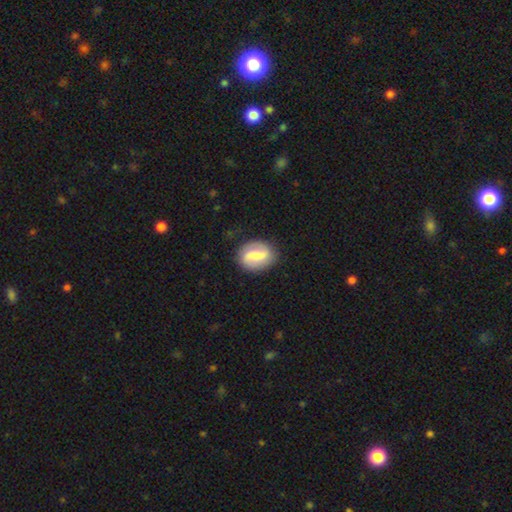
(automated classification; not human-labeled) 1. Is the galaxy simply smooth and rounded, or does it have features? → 64% featured or disk, 30% smooth, 6% star or artifact.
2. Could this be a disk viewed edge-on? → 97% no, 3% yes.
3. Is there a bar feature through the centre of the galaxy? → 43% strong, 42% weak, 15% no.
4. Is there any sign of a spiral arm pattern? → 86% yes, 14% no.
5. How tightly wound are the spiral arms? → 42% loose, 37% medium, 22% tight.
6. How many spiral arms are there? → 88% 2, 6% can't tell, 3% 1, 1% 3, 1% 4, 1% more than 4.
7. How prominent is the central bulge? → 42% moderate, 38% small, 10% none, 8% large, 2% dominant.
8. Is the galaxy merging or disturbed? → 84% none, 11% minor disturbance, 3% major disturbance, 1% merger.